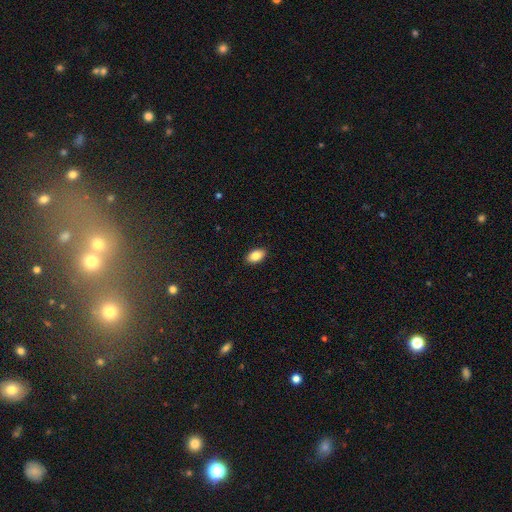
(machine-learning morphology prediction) A smooth galaxy with no disk features (84%) that is in between round and cigar-shaped (92%).

Vote fractions:
- Smooth or featured? smooth: 84% / featured or disk: 8% / star or artifact: 8%
- How rounded? in between: 92% / round: 6% / cigar-shaped: 2%
- Merging? none: 90% / minor disturbance: 7% / major disturbance: 2% / merger: 1%